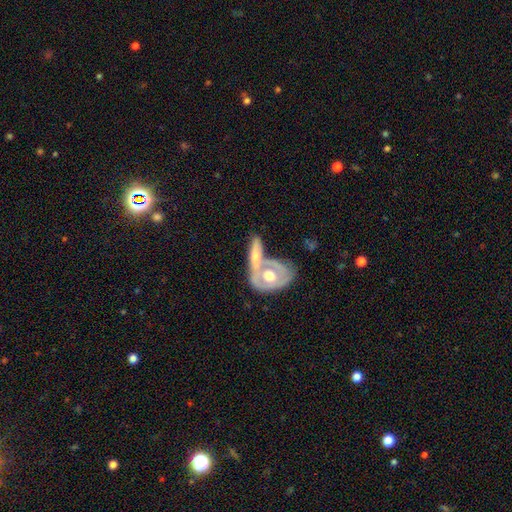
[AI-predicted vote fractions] This is possibly a featured or disk galaxy (57%). It is likely not viewed edge-on (70%). Merging: possibly merger (54%).